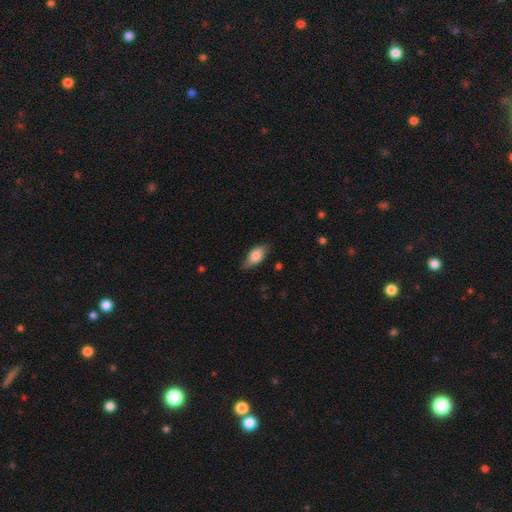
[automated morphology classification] smooth_or_featured: smooth (p=0.83) [alt: featured or disk p=0.11]
how_rounded: in between (p=0.89) [alt: cigar-shaped p=0.08]
merging: none (p=0.73) [alt: minor disturbance p=0.22]